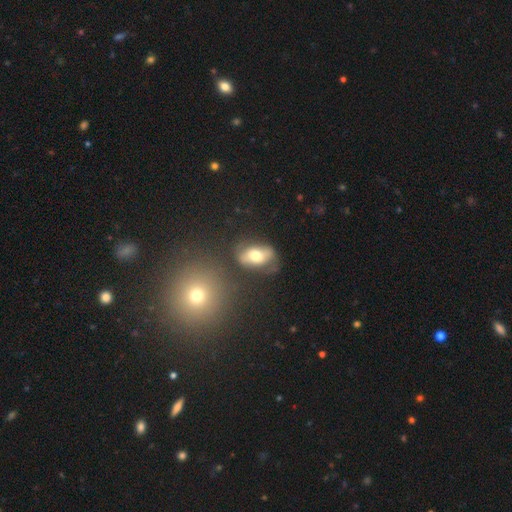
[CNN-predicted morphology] This appears to be a smooth galaxy with no disk features (56%) that is in between round and cigar-shaped (84%). Merging: none (57%).